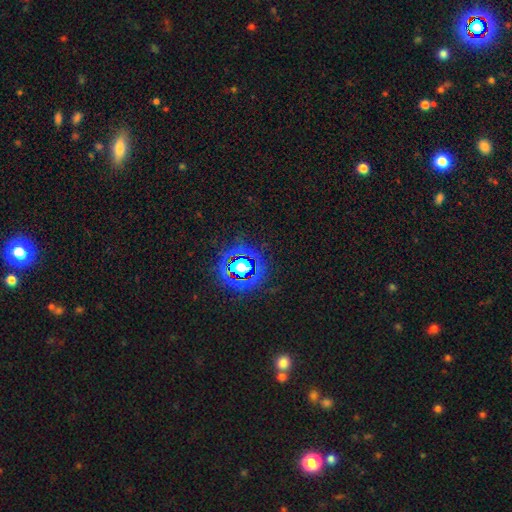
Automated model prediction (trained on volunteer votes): Overall: star or artifact (76%).